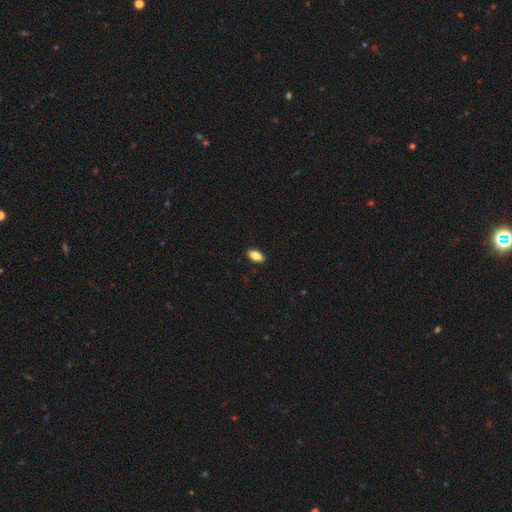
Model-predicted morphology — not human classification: Smooth or featured?
  - smooth: 85% *
  - star or artifact: 8%
  - featured or disk: 7%
How rounded?
  - in between: 91% *
  - cigar-shaped: 5%
  - round: 4%
Merging?
  - none: 90% *
  - minor disturbance: 7%
  - major disturbance: 2%
  - merger: 1%